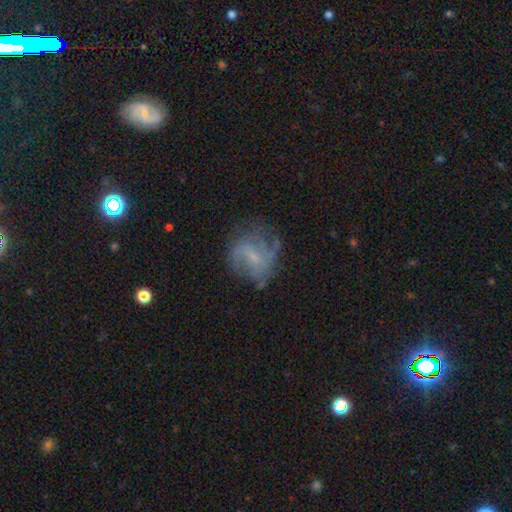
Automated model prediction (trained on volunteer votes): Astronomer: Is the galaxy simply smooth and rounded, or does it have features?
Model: featured or disk — 64%.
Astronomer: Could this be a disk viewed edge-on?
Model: no — 97%.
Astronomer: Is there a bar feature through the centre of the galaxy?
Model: weak — 48% (runner-up: no, 39%).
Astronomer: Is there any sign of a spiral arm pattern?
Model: yes — 81%.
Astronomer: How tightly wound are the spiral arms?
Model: medium — 41% (runner-up: loose, 36%).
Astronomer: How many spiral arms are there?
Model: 2 — 40% (runner-up: can't tell, 32%).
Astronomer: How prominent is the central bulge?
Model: small — 62%.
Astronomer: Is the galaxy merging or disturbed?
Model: none — 63%.